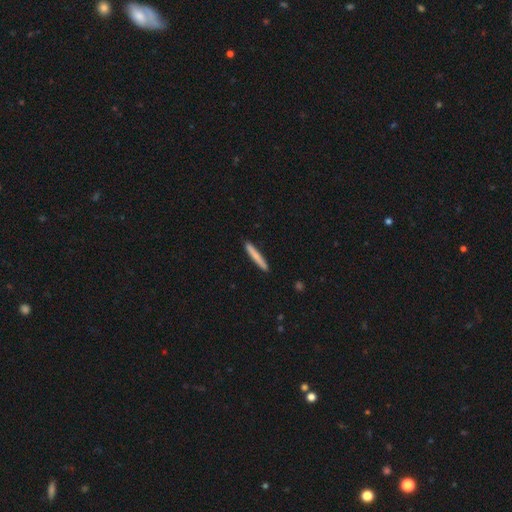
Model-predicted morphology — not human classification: Q: Smooth or featured?
A: smooth (76%); runner-up: featured or disk (18%)
Q: How rounded?
A: cigar-shaped (96%); runner-up: in between (3%)
Q: Merging?
A: none (91%); runner-up: minor disturbance (6%)